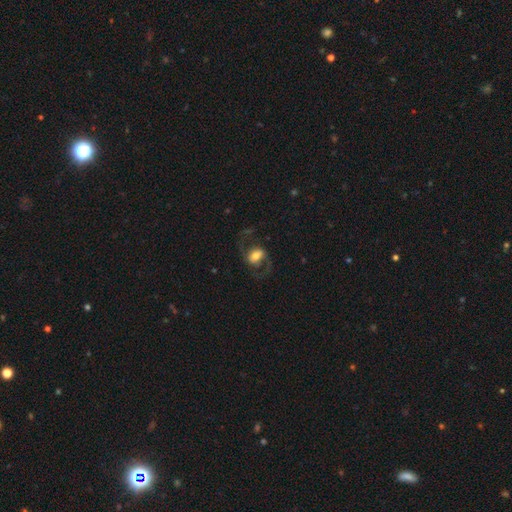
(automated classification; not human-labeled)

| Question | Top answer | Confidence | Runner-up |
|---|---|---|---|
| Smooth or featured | featured or disk | 62% | smooth (31%) |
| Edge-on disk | no | 95% | yes (5%) |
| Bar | no | 38% | tied: weak (38%) |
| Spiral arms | yes | 82% | no (18%) |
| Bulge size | moderate | 50% | large (28%) |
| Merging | none | 65% | major disturbance (19%) |